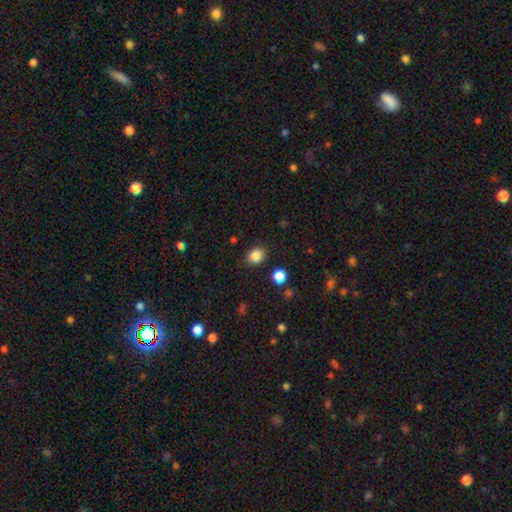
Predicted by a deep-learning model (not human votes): Smooth or featured? Predicted: smooth (p=0.85). How rounded? Predicted: round (p=0.62). Merging? Predicted: none (p=0.85).